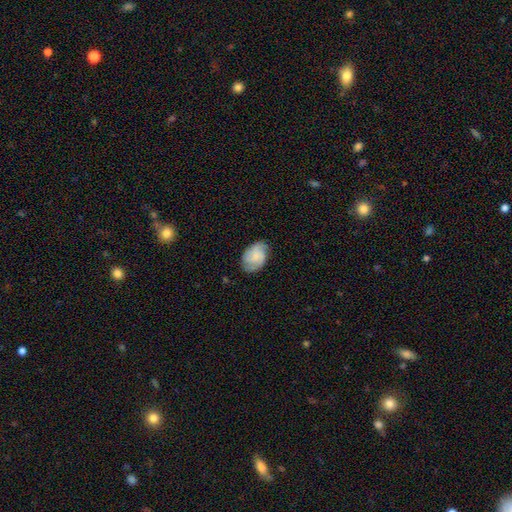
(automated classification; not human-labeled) Overall: featured or disk (52%; smooth 41%). Edge-on disk: no (97%). Bar: no (67%; weak 29%). Spiral arms: yes (92%). Bulge size: small (47%; none 30%). Merging: none (75%).